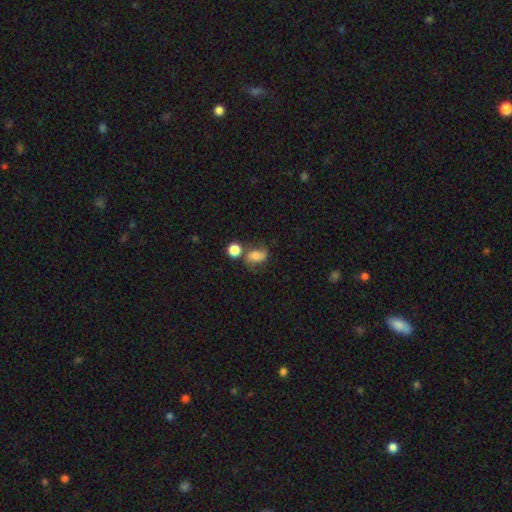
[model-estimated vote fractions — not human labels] smooth_or_featured: smooth (p=0.53) [alt: featured or disk p=0.33]
how_rounded: in between (p=0.62) [alt: round p=0.34]
merging: none (p=0.47) [alt: merger p=0.23]